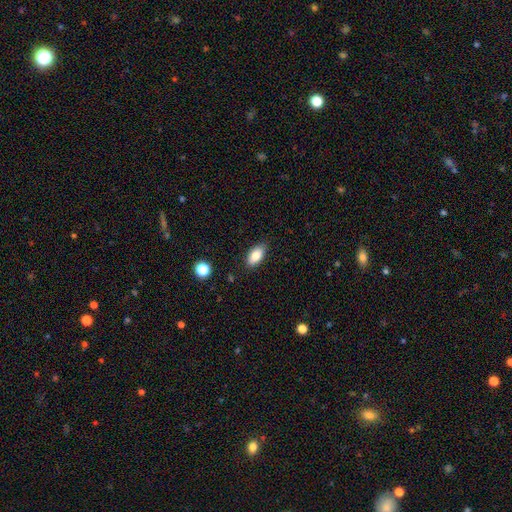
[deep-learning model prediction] smooth_or_featured: smooth (p=0.84) [alt: featured or disk p=0.09]
how_rounded: in between (p=0.89) [alt: cigar-shaped p=0.07]
merging: none (p=0.84) [alt: minor disturbance p=0.13]